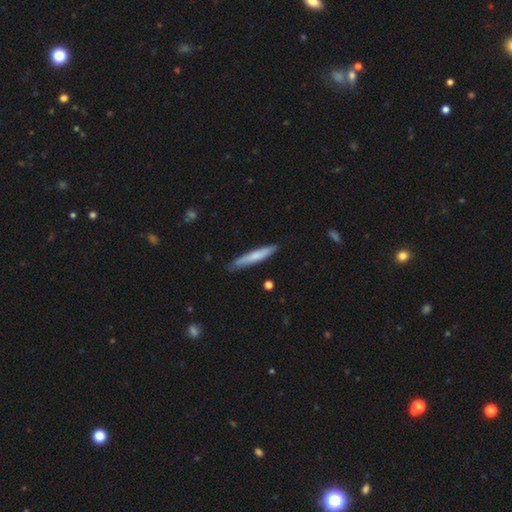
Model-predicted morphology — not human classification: A smooth galaxy with no disk features (67%) that is cigar-shaped (94%). Merging: none (84%).